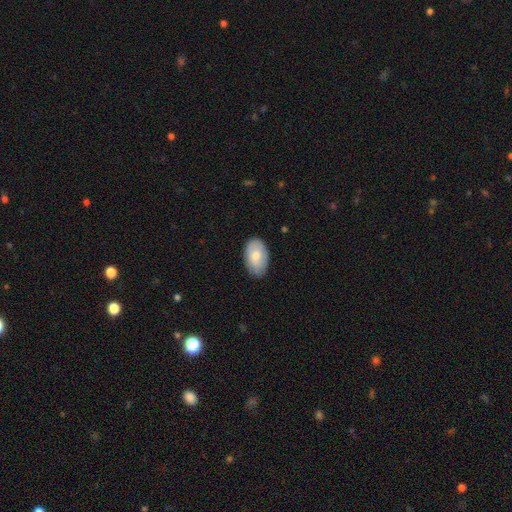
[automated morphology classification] smooth 73%, featured or disk 22%, star or artifact 6%. Down the decision tree: how rounded — in between (93%); merging — none (77%).